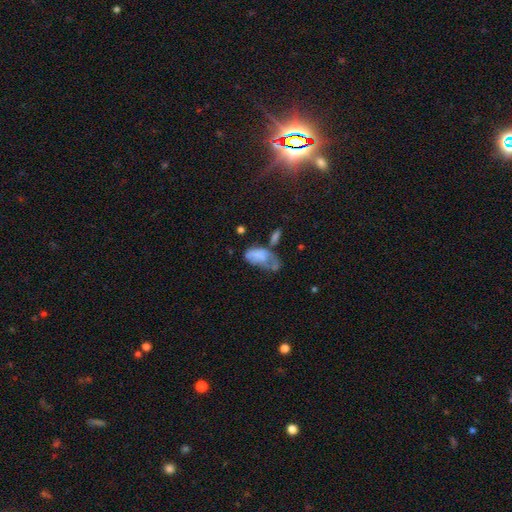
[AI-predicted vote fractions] The model was most divided on "merging": major disturbance: 40%, minor disturbance: 23%, merger: 19%, none: 18%. More confident: how rounded — in between (91%); smooth or featured — smooth (58%).